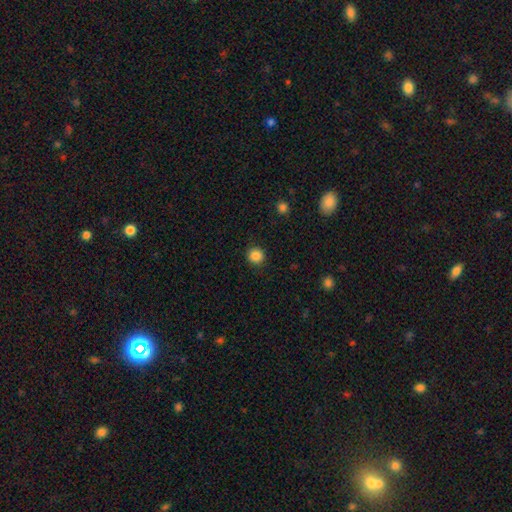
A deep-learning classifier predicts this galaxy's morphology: Smooth or featured? Predicted: smooth (p=0.86). How rounded? Predicted: round (p=0.93). Merging? Predicted: none (p=0.90).